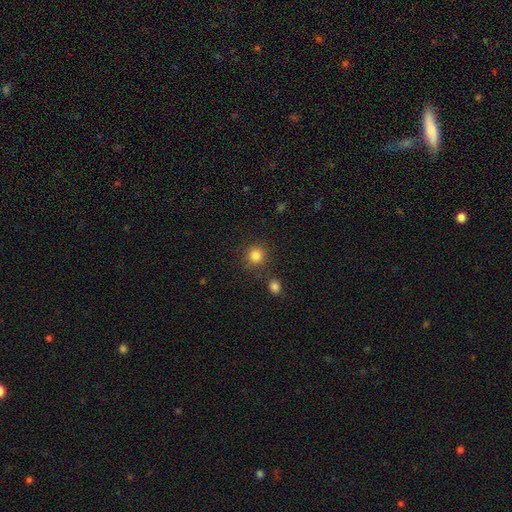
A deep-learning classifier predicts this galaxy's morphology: Smooth or featured: smooth — 83% (star or artifact — 12%)
How rounded: round — 91% (in between — 8%)
Merging: none — 84% (minor disturbance — 8%)